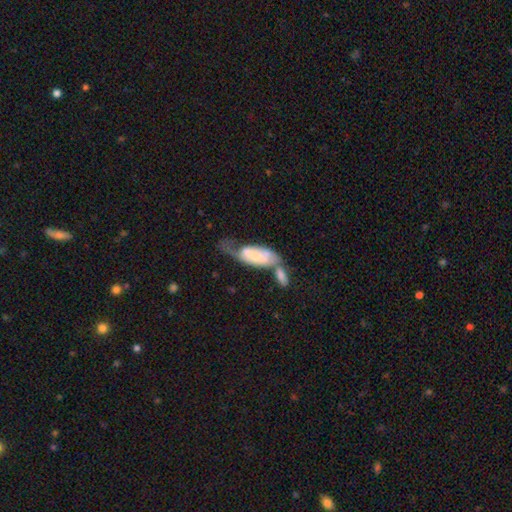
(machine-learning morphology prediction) type=smooth (51%); roundness=in between (82%); merging=merger (43%).